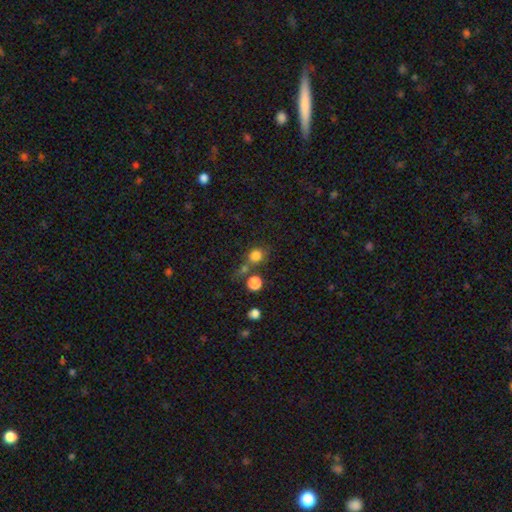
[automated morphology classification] Smooth or featured: smooth — 80% (star or artifact — 13%)
How rounded: round — 81% (in between — 18%)
Merging: none — 55% (merger — 24%)